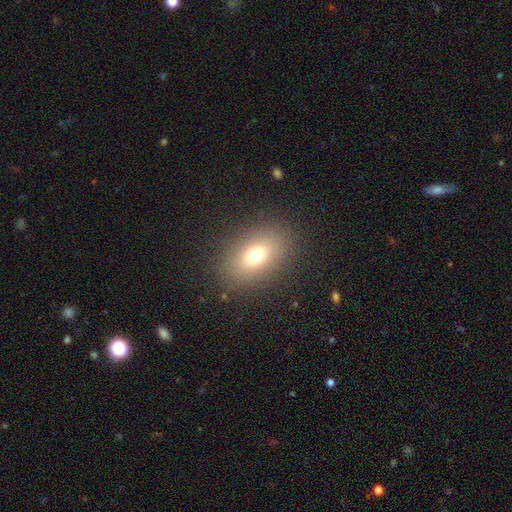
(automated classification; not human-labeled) Q: Smooth or featured?
A: smooth (70%); runner-up: featured or disk (15%)
Q: How rounded?
A: in between (77%); runner-up: round (21%)
Q: Merging?
A: none (85%); runner-up: minor disturbance (9%)